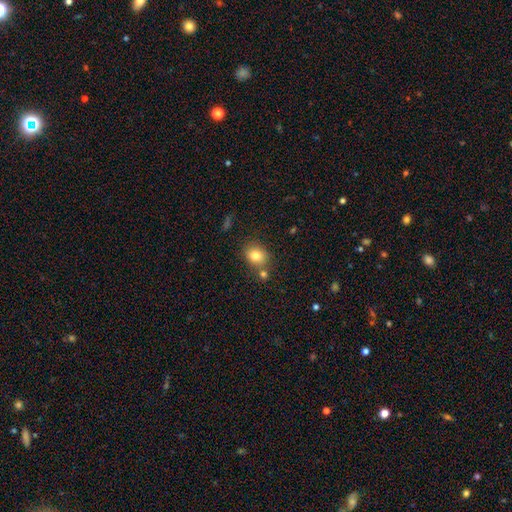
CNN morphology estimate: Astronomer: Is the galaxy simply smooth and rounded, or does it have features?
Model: smooth — 80%.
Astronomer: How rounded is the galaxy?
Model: round — 62%.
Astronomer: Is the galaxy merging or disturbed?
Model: none — 68%.